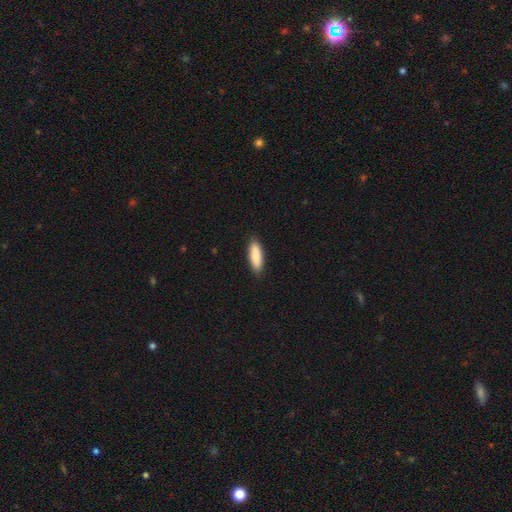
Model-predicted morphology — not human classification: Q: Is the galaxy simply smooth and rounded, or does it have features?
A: smooth — 86%.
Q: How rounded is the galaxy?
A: in between — 55%.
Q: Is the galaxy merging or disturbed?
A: none — 88%.